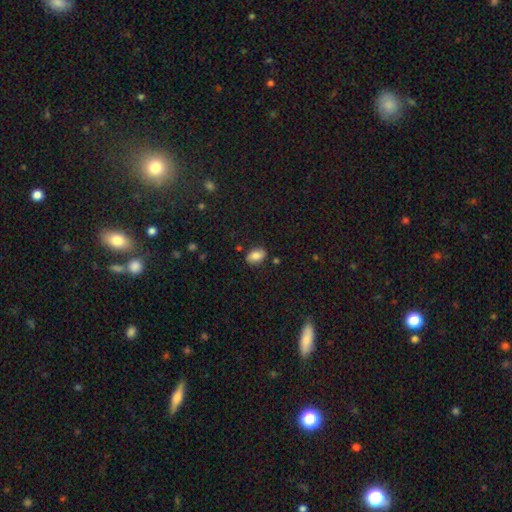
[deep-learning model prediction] This appears to be a smooth galaxy with no disk features (81%) that is in between round and cigar-shaped (88%). Merging: none (84%).